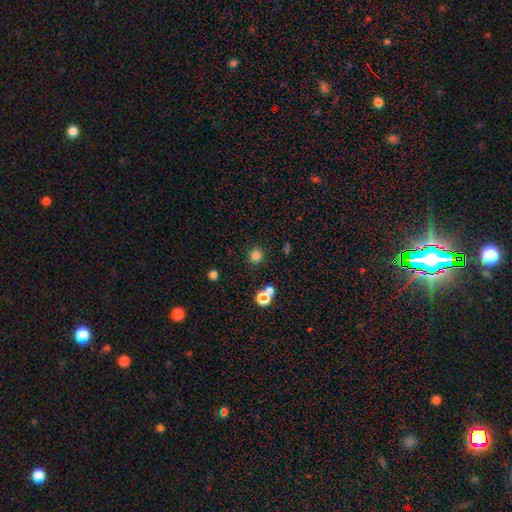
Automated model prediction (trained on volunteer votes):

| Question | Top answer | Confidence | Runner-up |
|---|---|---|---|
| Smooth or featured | smooth | 80% | star or artifact (15%) |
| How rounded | round | 91% | in between (8%) |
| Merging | none | 84% | minor disturbance (7%) |